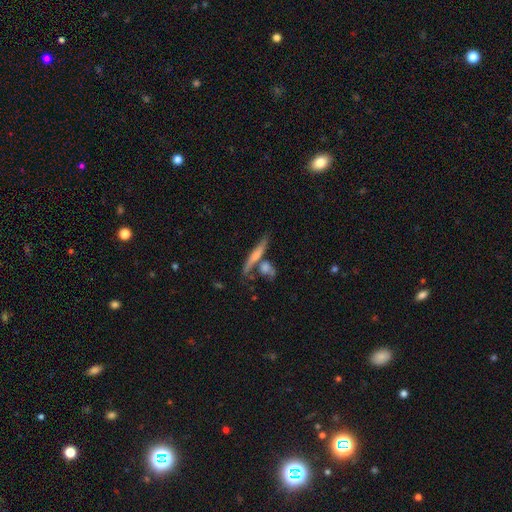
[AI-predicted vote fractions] The model was most divided on "smooth or featured" (2-way tie): featured or disk: 46%, smooth: 46%, star or artifact: 8%. More confident: merging — none (53%).